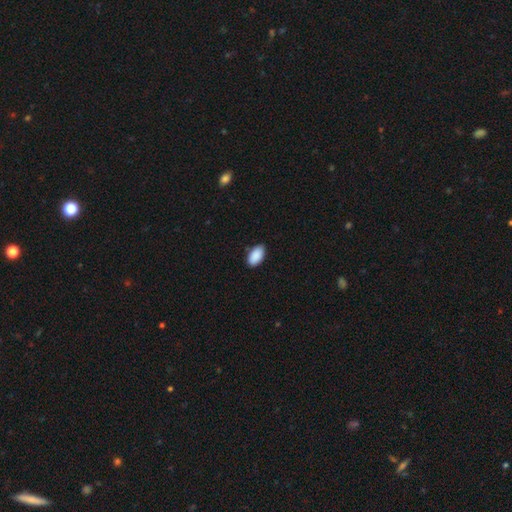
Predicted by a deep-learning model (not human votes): The model was most divided on "merging": none: 84%, minor disturbance: 13%, major disturbance: 2%, merger: 1%. More confident: how rounded — in between (95%); smooth or featured — smooth (91%).